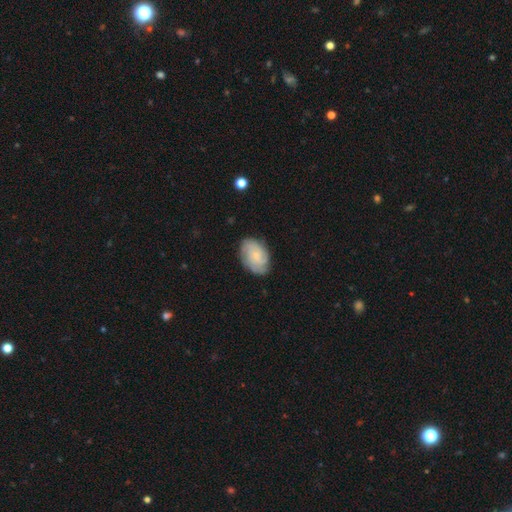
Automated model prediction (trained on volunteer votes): A featured or disk galaxy (56%) with no bar (75%), spiral arms (91%) and a small central bulge (63%). Merging: none (78%).